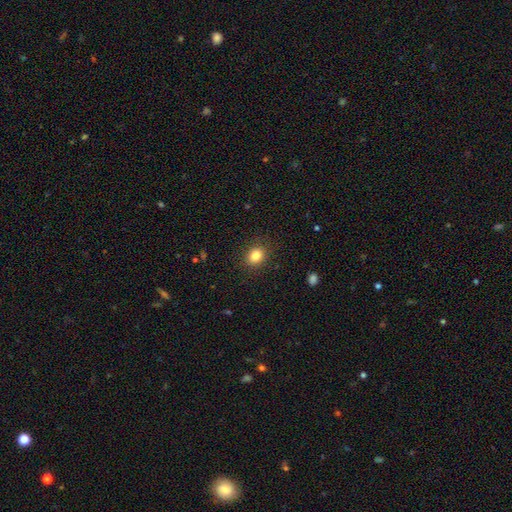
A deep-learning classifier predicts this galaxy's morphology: Smooth or featured? smooth (84%)
How rounded? round (59%)
Merging? none (88%)